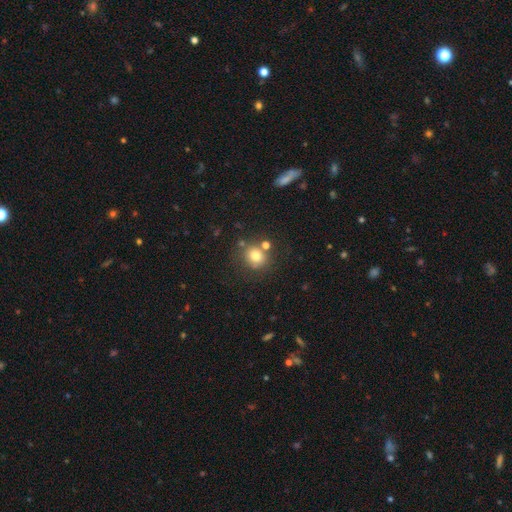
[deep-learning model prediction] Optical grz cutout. It shows a smooth galaxy with no disk features (77%) that is round (79%). Merging: none (69%).